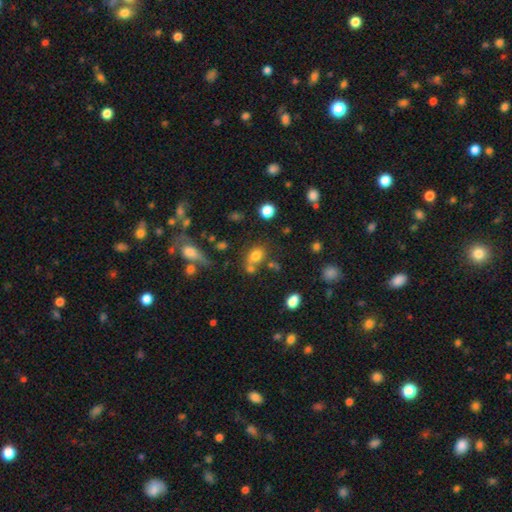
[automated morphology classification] smooth-or-featured: smooth: 75% | star or artifact: 15% | featured or disk: 11%
  how-rounded: in between: 57% | round: 41% | cigar-shaped: 2%
  merging: none: 50% | merger: 28% | minor disturbance: 15% | major disturbance: 7%